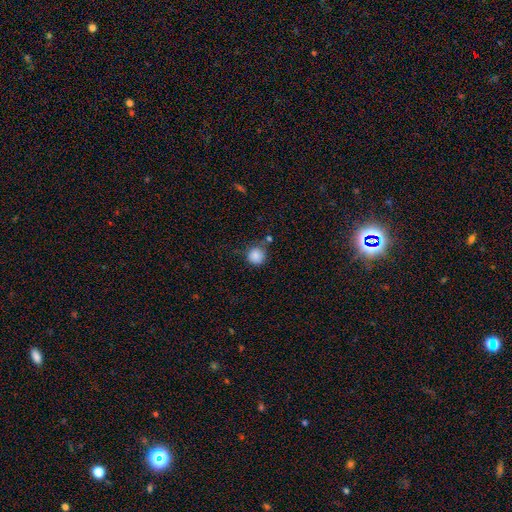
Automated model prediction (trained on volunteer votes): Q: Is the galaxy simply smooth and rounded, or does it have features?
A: smooth — 87%.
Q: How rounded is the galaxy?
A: round — 92%.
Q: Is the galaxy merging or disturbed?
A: none — 71%.